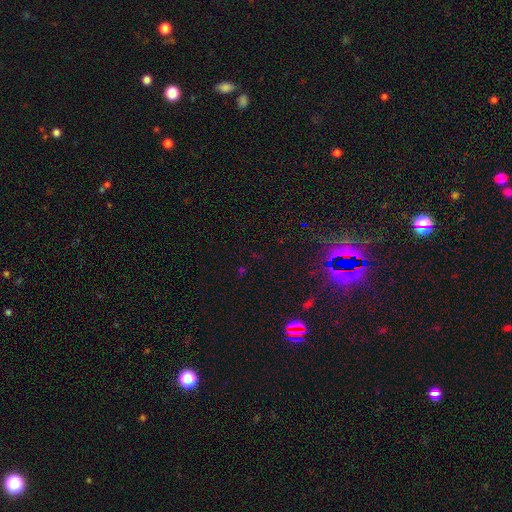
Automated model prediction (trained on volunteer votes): smooth_or_featured: star or artifact (p=0.71) [alt: smooth p=0.20]